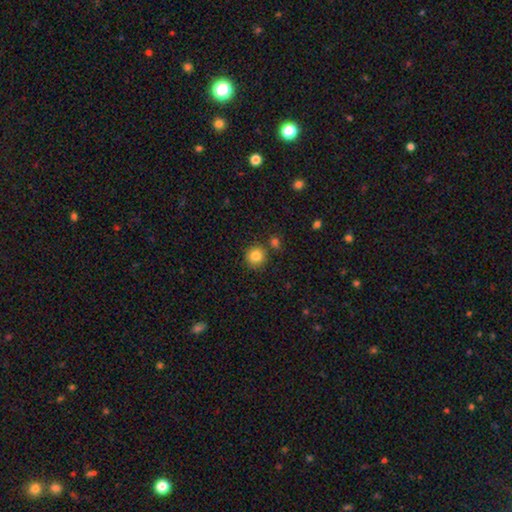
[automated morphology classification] type=smooth (84%); roundness=round (92%); merging=none (81%).